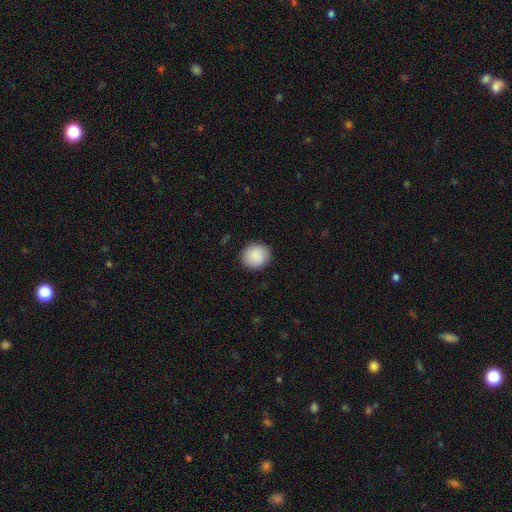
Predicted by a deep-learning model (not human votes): Smooth or featured?
  - smooth: 90% *
  - star or artifact: 7%
  - featured or disk: 4%
How rounded?
  - round: 86% *
  - in between: 13%
  - cigar-shaped: 1%
Merging?
  - none: 90% *
  - minor disturbance: 7%
  - major disturbance: 2%
  - merger: 1%